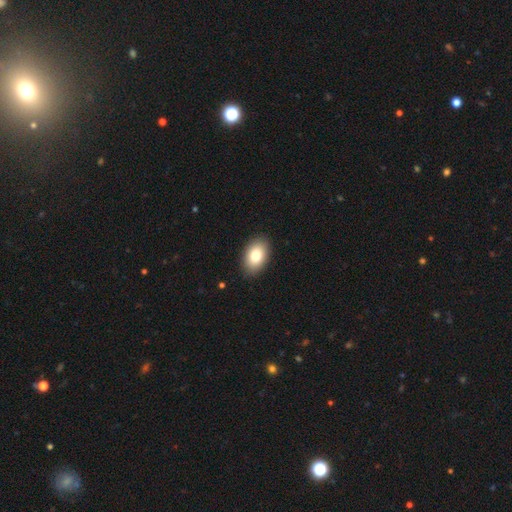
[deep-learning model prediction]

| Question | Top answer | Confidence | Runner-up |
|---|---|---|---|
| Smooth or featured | smooth | 81% | featured or disk (12%) |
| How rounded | in between | 90% | round (9%) |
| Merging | none | 89% | minor disturbance (8%) |